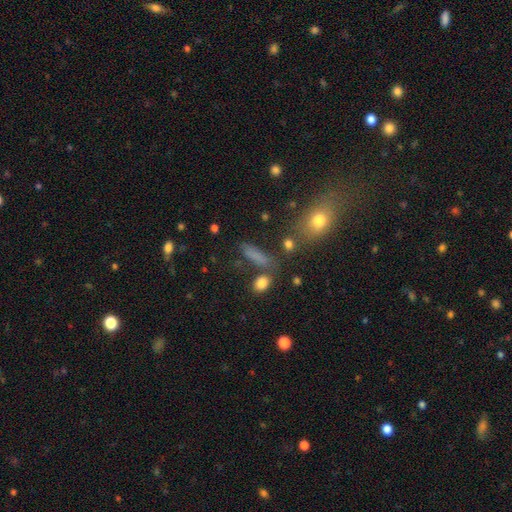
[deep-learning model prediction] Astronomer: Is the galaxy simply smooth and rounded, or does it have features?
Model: smooth — 77%.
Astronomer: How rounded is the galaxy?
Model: cigar-shaped — 57% (runner-up: in between, 36%).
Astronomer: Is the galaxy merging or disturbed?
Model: none — 70%.